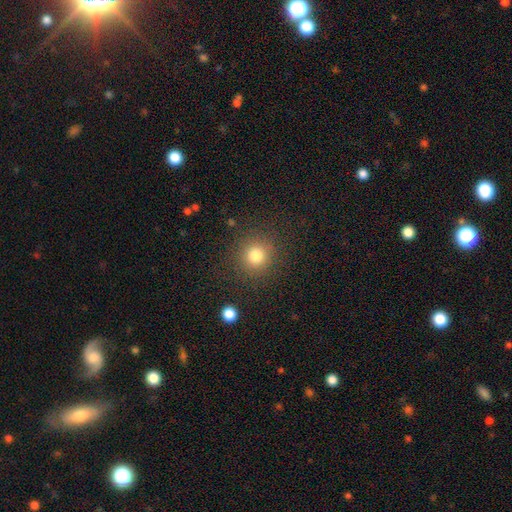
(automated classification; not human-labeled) Smooth or featured: smooth — 79% (star or artifact — 13%)
How rounded: round — 92% (in between — 7%)
Merging: none — 88% (minor disturbance — 7%)